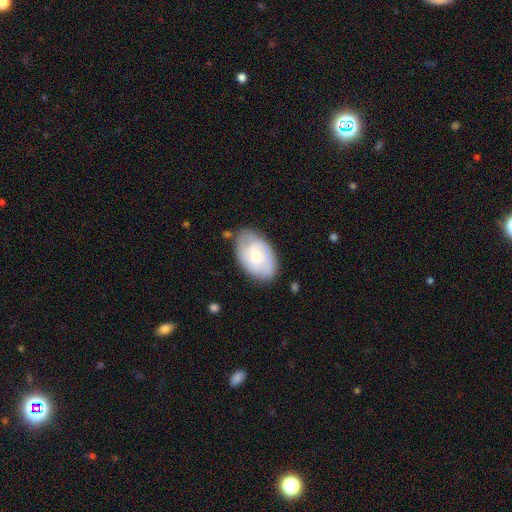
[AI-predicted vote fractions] This is possibly a featured or disk galaxy (55%). It is clearly not viewed edge-on (95%). Bar: likely no (69%). Spiral arm pattern: likely yes (79%). Central bulge: possibly small (55%). Merging: likely none (75%).